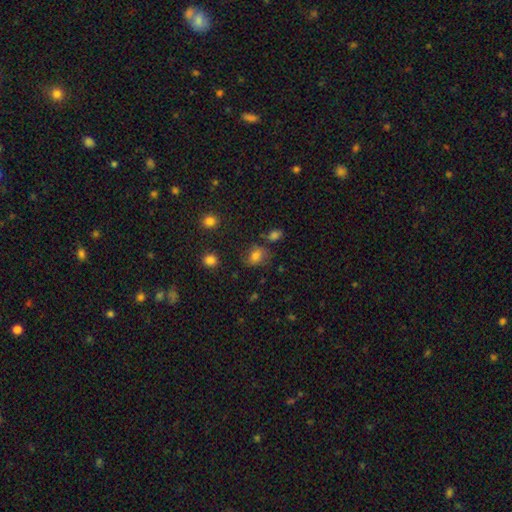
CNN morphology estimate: smooth-or-featured: smooth: 76% | star or artifact: 13% | featured or disk: 11%
  how-rounded: in between: 51% | round: 48% | cigar-shaped: 1%
  merging: none: 65% | minor disturbance: 22% | major disturbance: 8% | merger: 5%